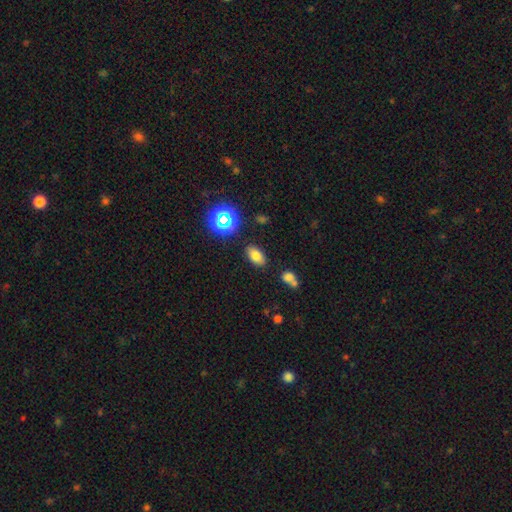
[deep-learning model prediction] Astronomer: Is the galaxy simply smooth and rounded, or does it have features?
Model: smooth — 73%.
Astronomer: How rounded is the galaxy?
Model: in between — 89%.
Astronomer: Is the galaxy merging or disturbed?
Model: none — 85%.